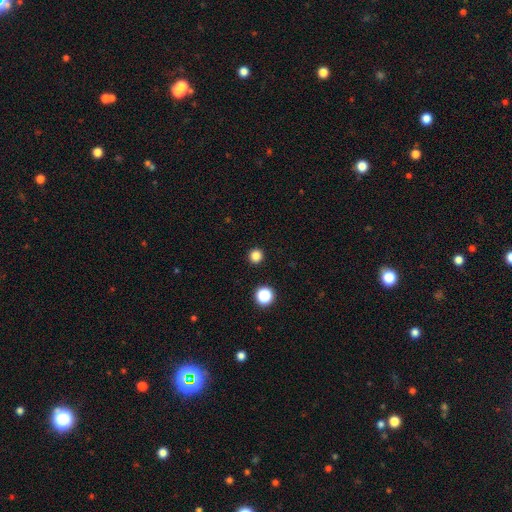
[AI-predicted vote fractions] Smooth or featured?
  - smooth: 83% *
  - star or artifact: 13%
  - featured or disk: 3%
How rounded?
  - round: 94% *
  - in between: 5%
  - cigar-shaped: 1%
Merging?
  - none: 93% *
  - minor disturbance: 4%
  - major disturbance: 2%
  - merger: 1%